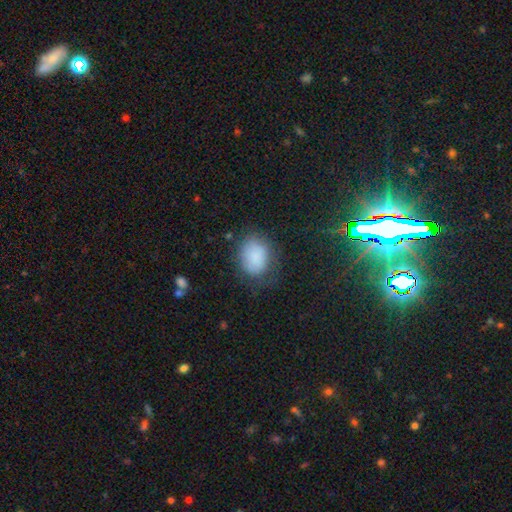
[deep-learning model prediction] smooth_or_featured: smooth (p=0.82) [alt: featured or disk p=0.10]
how_rounded: in between (p=0.60) [alt: round p=0.39]
merging: none (p=0.61) [alt: minor disturbance p=0.24]